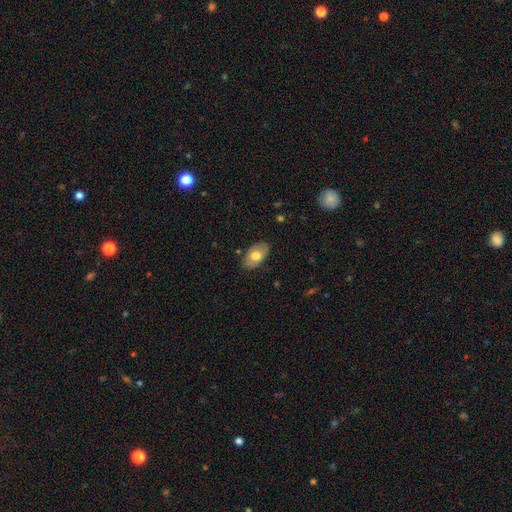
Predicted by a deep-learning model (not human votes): smooth 70%, featured or disk 23%, star or artifact 6%. Down the decision tree: how rounded — in between (93%); merging — none (83%).